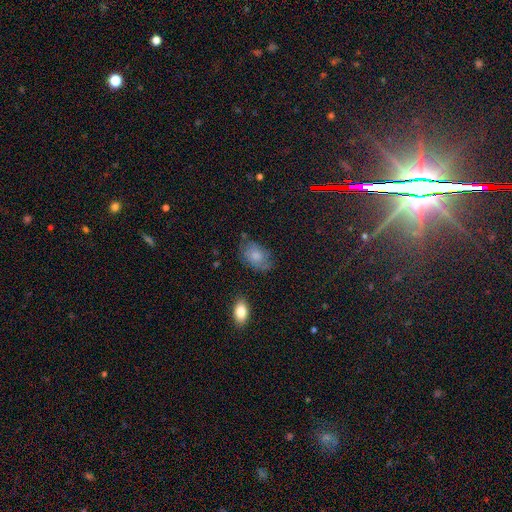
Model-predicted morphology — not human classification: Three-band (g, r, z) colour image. It shows a smooth galaxy with no disk features (74%) that is in between round and cigar-shaped (86%). Merging: none (65%).